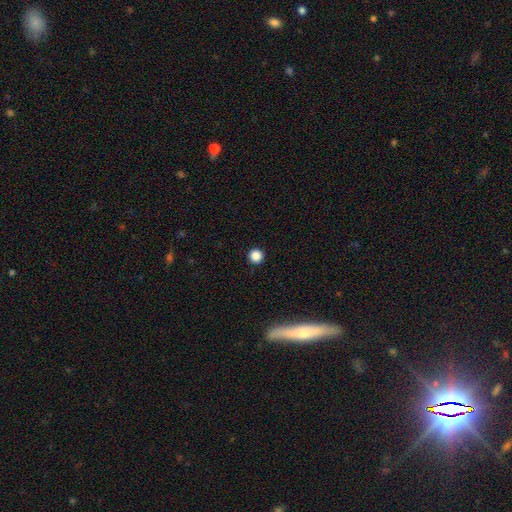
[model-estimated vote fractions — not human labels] smooth 86%, star or artifact 11%, featured or disk 3%. Down the decision tree: how rounded — round (96%); merging — none (93%).